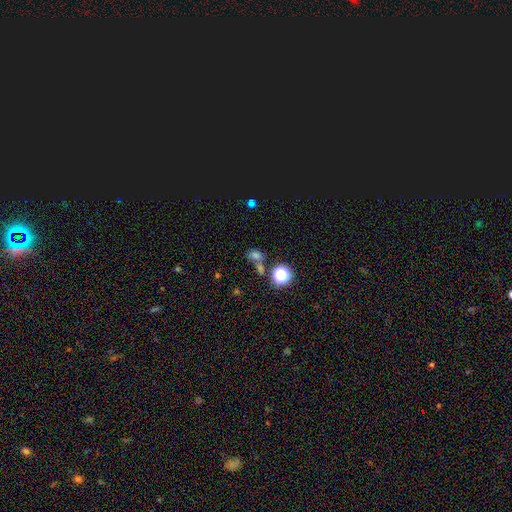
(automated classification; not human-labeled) This appears to be a smooth galaxy with no disk features (47%). Merging: none (57%).